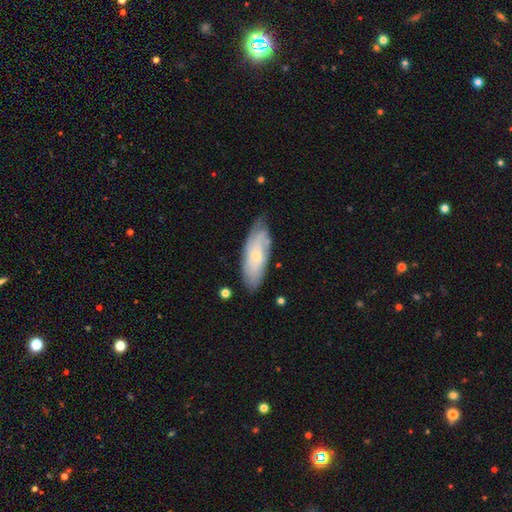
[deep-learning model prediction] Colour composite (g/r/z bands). It shows a featured or disk galaxy (57%). Merging: none (73%).